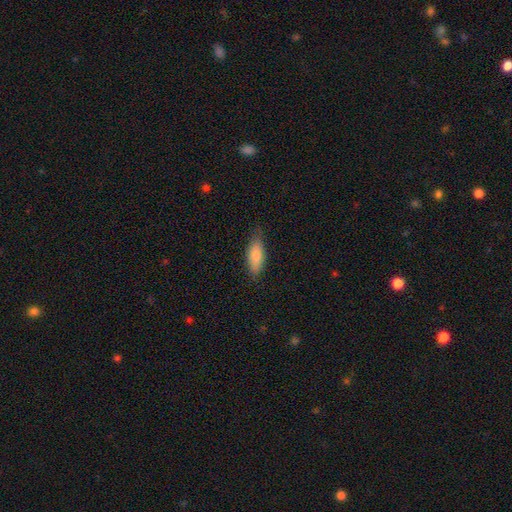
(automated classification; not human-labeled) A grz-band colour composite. It shows a smooth galaxy with no disk features (85%) that is in between round and cigar-shaped (69%). Merging: none (73%).